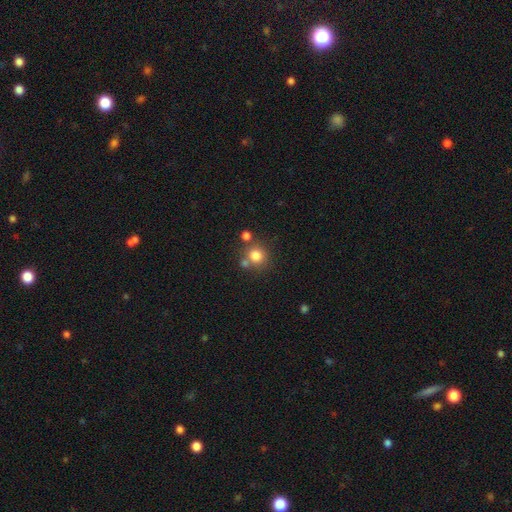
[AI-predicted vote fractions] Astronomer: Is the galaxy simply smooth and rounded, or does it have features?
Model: smooth — 80%.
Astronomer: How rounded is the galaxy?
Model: round — 90%.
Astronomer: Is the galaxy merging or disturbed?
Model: none — 67%.